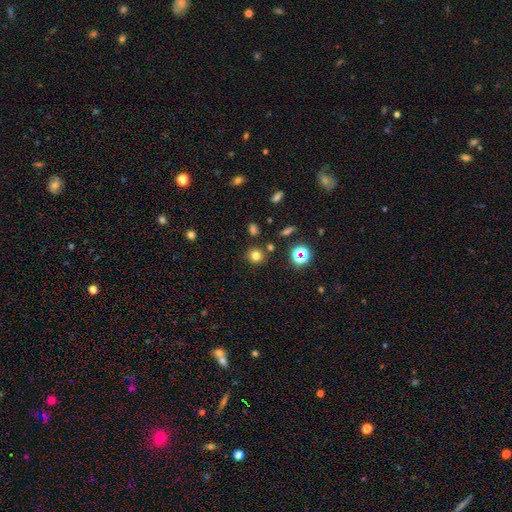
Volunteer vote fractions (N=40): Smooth or featured?
  - smooth: 78% *
  - star or artifact: 12%
  - featured or disk: 10%
How rounded?
  - round: 90% *
  - in between: 10%
  - cigar-shaped: 0%
Merging?
  - none: 86% *
  - merger: 9%
  - minor disturbance: 3%
  - major disturbance: 3%